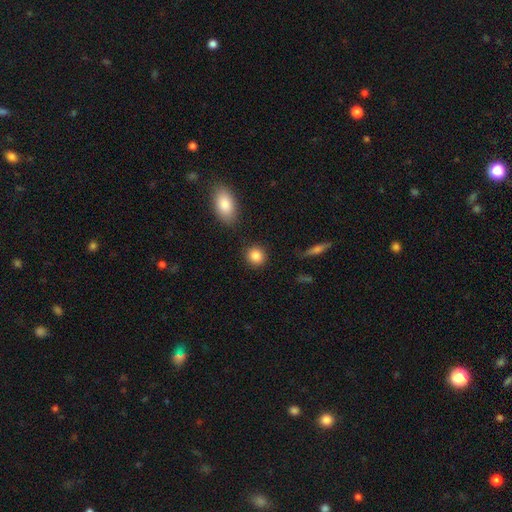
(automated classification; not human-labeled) The model was most divided on "how rounded": round: 85%, in between: 14%, cigar-shaped: 1%. More confident: merging — none (88%); smooth or featured — smooth (86%).